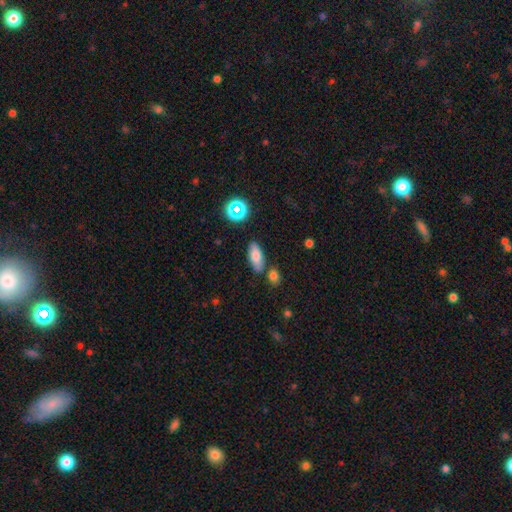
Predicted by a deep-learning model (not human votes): Q: Smooth or featured?
A: smooth (76%); runner-up: featured or disk (13%)
Q: How rounded?
A: in between (80%); runner-up: cigar-shaped (16%)
Q: Merging?
A: none (77%); runner-up: minor disturbance (12%)